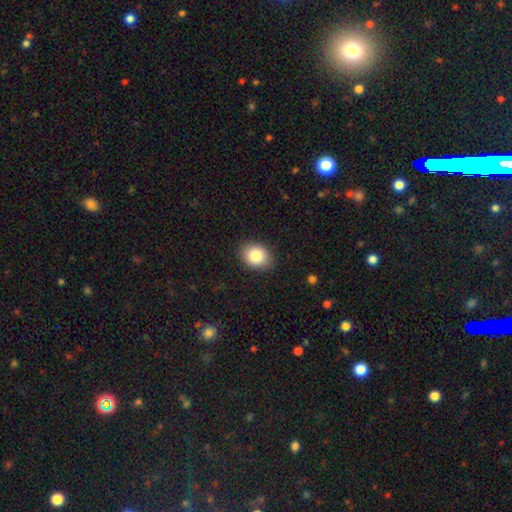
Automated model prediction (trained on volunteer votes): Q: Smooth or featured?
A: smooth (85%); runner-up: star or artifact (8%)
Q: How rounded?
A: in between (57%); runner-up: round (42%)
Q: Merging?
A: none (86%); runner-up: minor disturbance (10%)